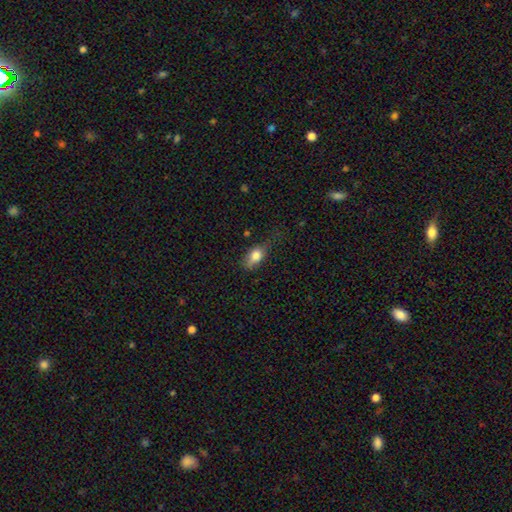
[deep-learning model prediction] Smooth or featured: smooth — 79% (featured or disk — 12%)
How rounded: in between — 82% (round — 12%)
Merging: none — 49% (minor disturbance — 35%)